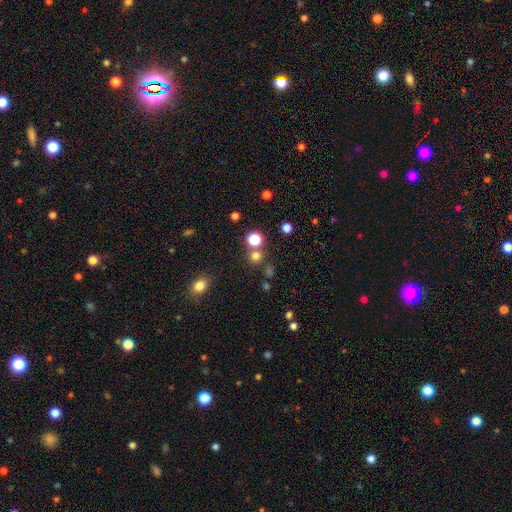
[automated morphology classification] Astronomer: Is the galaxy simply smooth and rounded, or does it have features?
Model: smooth — 72%.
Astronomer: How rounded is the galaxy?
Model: round — 90%.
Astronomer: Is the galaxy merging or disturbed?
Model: none — 70%.